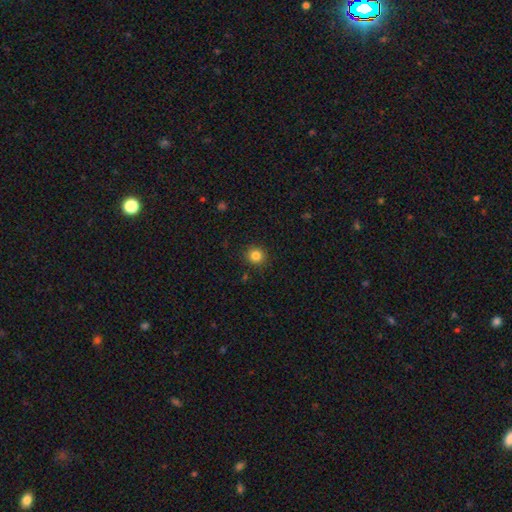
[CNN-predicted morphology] A smooth galaxy with no disk features (84%) that is round (90%).

Vote fractions:
- Smooth or featured? smooth: 84% / star or artifact: 12% / featured or disk: 5%
- How rounded? round: 90% / in between: 9% / cigar-shaped: 1%
- Merging? none: 90% / minor disturbance: 7% / major disturbance: 2% / merger: 1%